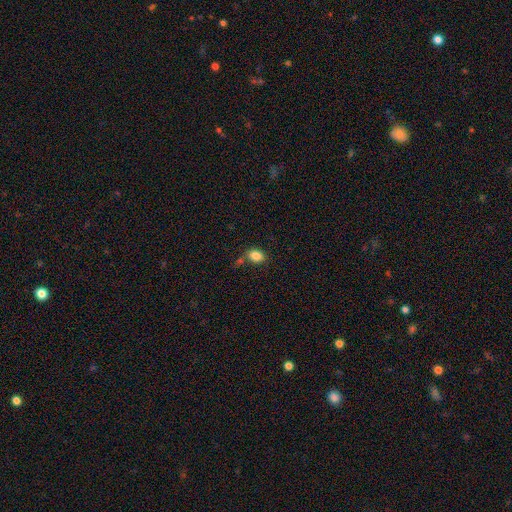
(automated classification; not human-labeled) A smooth galaxy with no disk features (85%) that is in between round and cigar-shaped (72%).

Vote fractions:
- Smooth or featured? smooth: 85% / star or artifact: 9% / featured or disk: 6%
- How rounded? in between: 72% / round: 27% / cigar-shaped: 1%
- Merging? none: 68% / minor disturbance: 15% / merger: 12% / major disturbance: 5%